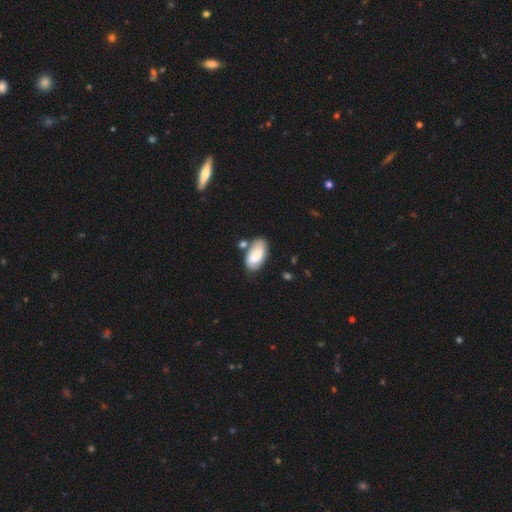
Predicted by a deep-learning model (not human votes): smooth_or_featured: smooth (p=0.72) [alt: featured or disk p=0.21]
how_rounded: in between (p=0.94) [alt: round p=0.03]
merging: none (p=0.52) [alt: minor disturbance p=0.23]